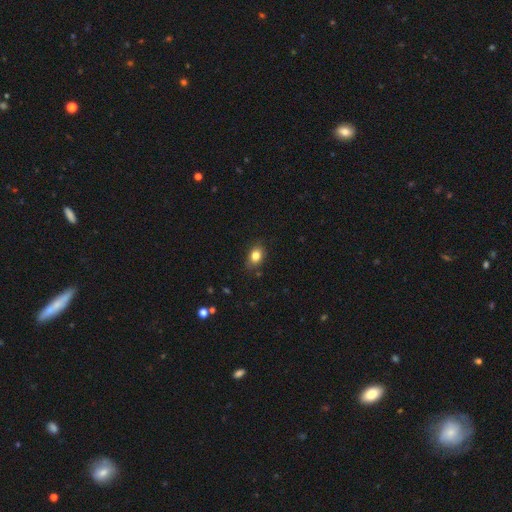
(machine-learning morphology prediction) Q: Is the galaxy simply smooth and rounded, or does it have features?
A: smooth — 82%.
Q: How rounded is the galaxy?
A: in between — 71%.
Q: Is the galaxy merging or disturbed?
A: none — 80%.